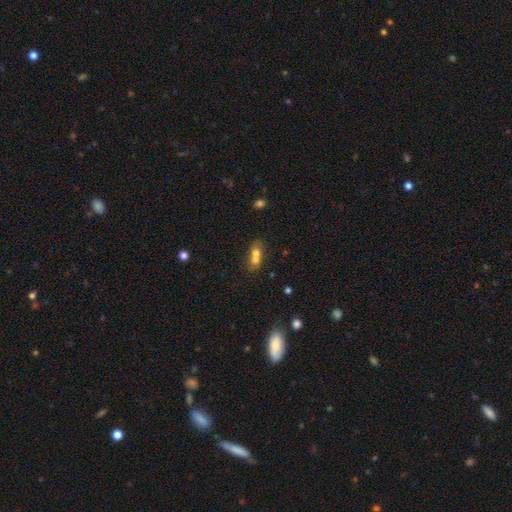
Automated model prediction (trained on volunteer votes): Q: Smooth or featured?
A: smooth (67%); runner-up: featured or disk (21%)
Q: How rounded?
A: in between (60%); runner-up: round (33%)
Q: Merging?
A: merger (66%); runner-up: none (23%)